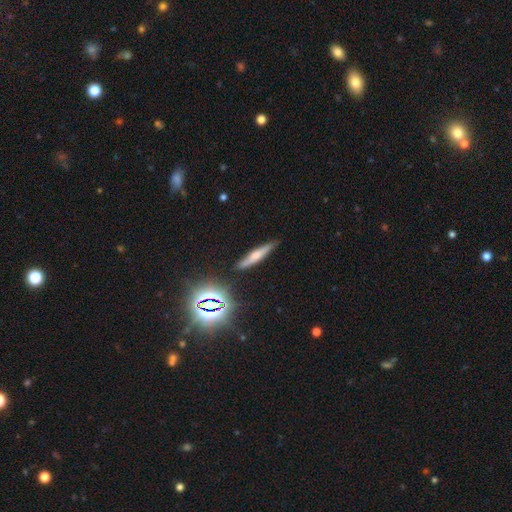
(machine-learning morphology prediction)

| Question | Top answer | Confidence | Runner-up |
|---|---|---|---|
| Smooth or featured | smooth | 51% | featured or disk (37%) |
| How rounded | cigar-shaped | 87% | in between (10%) |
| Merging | none | 80% | minor disturbance (14%) |